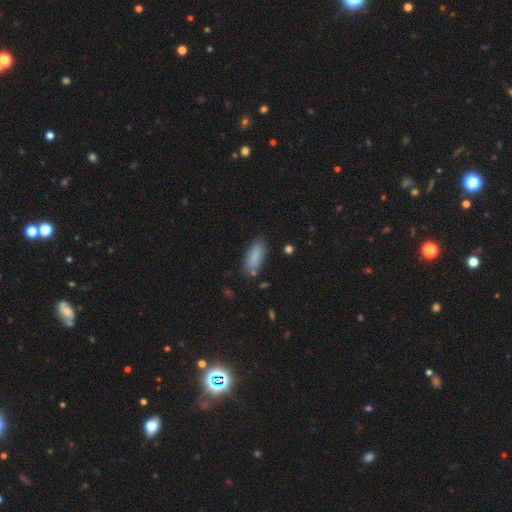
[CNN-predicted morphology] smooth-or-featured: smooth: 86% | featured or disk: 7% | star or artifact: 7%
  how-rounded: in between: 84% | cigar-shaped: 15% | round: 2%
  merging: none: 78% | minor disturbance: 15% | major disturbance: 3% | merger: 3%